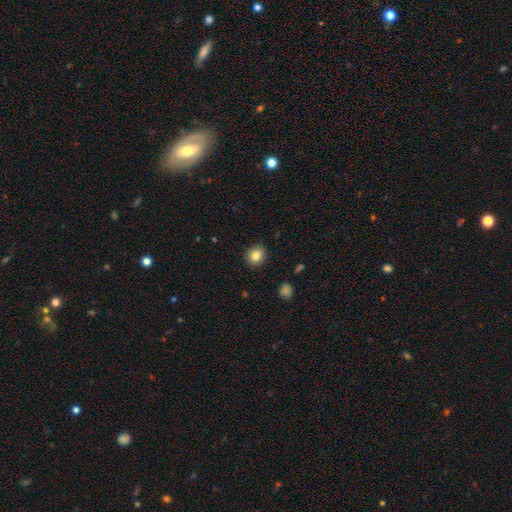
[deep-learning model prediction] Smooth or featured: smooth — 83% (star or artifact — 10%)
How rounded: round — 85% (in between — 14%)
Merging: none — 91% (minor disturbance — 7%)